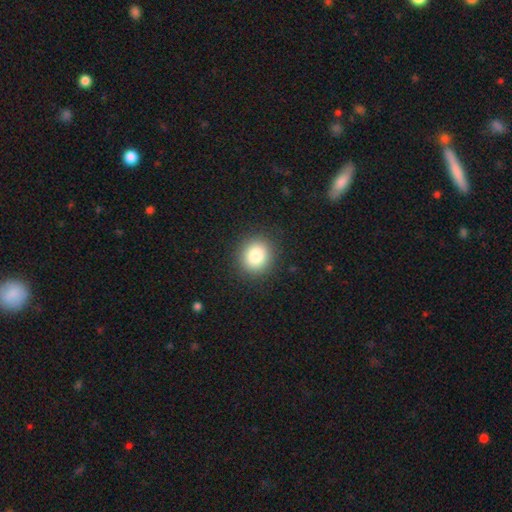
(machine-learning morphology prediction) Smooth or featured?
  - smooth: 84% *
  - star or artifact: 10%
  - featured or disk: 6%
How rounded?
  - round: 83% *
  - in between: 16%
  - cigar-shaped: 1%
Merging?
  - none: 90% *
  - minor disturbance: 6%
  - major disturbance: 2%
  - merger: 1%